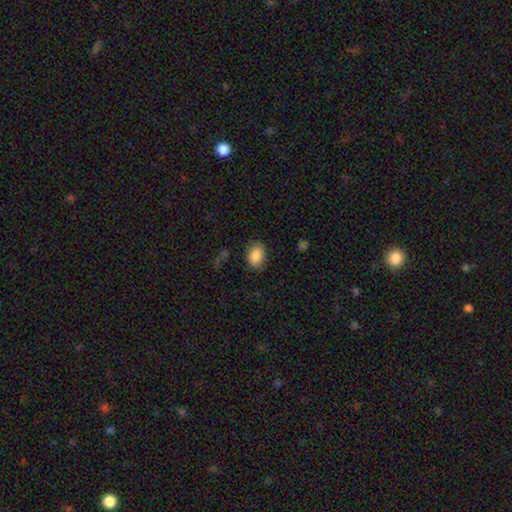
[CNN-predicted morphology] type=smooth (88%); roundness=in between (79%); merging=none (81%).